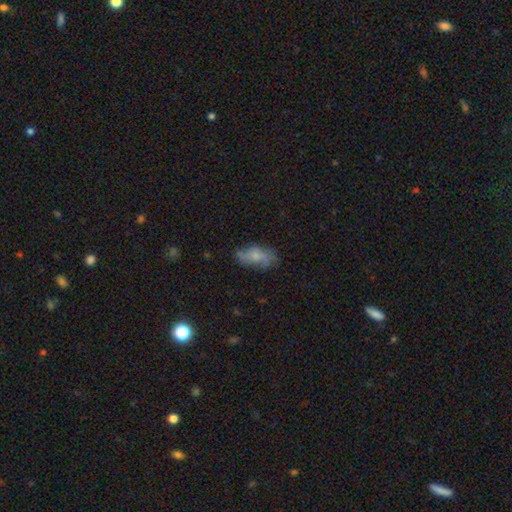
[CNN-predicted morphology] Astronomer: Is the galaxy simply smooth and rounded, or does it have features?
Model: smooth — 55% (runner-up: featured or disk, 36%).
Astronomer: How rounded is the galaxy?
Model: in between — 89%.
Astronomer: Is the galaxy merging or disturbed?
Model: none — 57%.